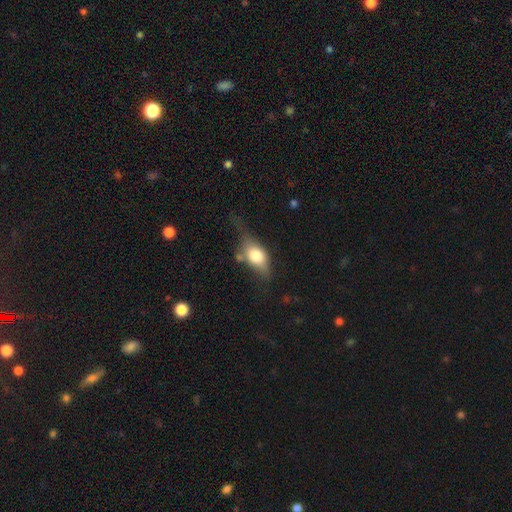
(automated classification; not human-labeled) smooth 68%, featured or disk 25%, star or artifact 7%. Down the decision tree: how rounded — in between (79%); merging — none (36%).